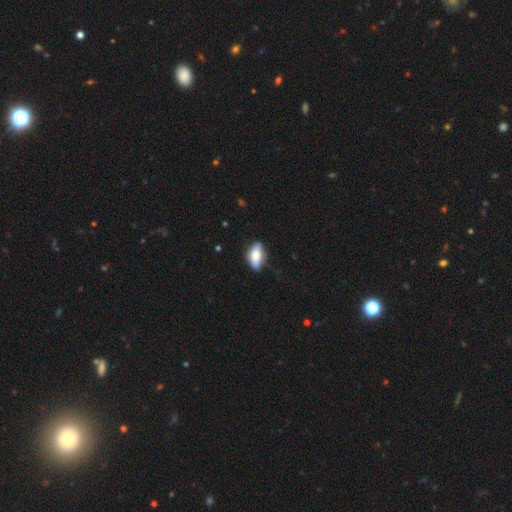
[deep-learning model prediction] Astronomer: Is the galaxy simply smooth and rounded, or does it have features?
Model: smooth — 66%.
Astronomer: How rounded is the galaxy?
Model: in between — 87%.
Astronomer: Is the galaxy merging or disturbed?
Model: none — 75%.